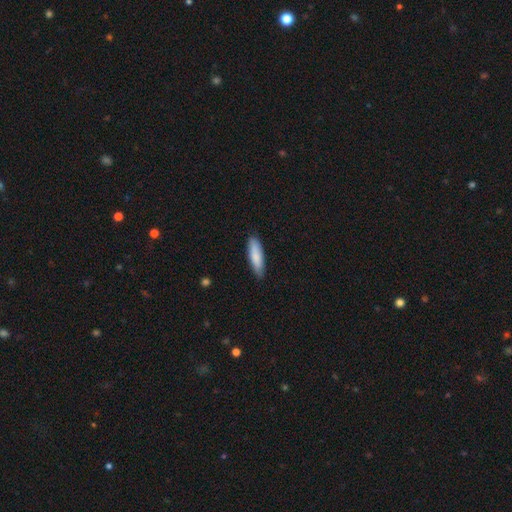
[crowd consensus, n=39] Smooth or featured: smooth — 87% (featured or disk — 10%)
How rounded: cigar-shaped — 56% (in between — 44%)
Merging: none — 92% (minor disturbance — 5%)